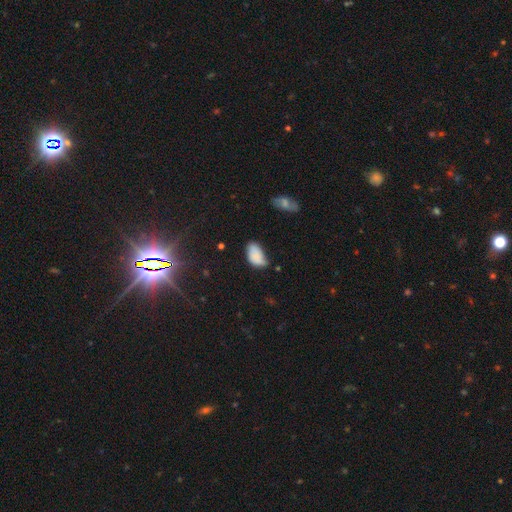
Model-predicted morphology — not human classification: The model was most divided on "merging": none: 44%, minor disturbance: 41%, major disturbance: 11%, merger: 5%. More confident: how rounded — in between (93%); smooth or featured — smooth (82%).